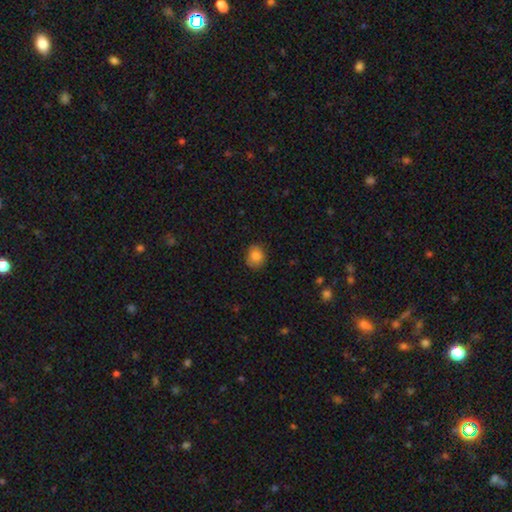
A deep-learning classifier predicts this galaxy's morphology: smooth 82%, star or artifact 10%, featured or disk 8%. Down the decision tree: how rounded — round (75%); merging — none (84%).